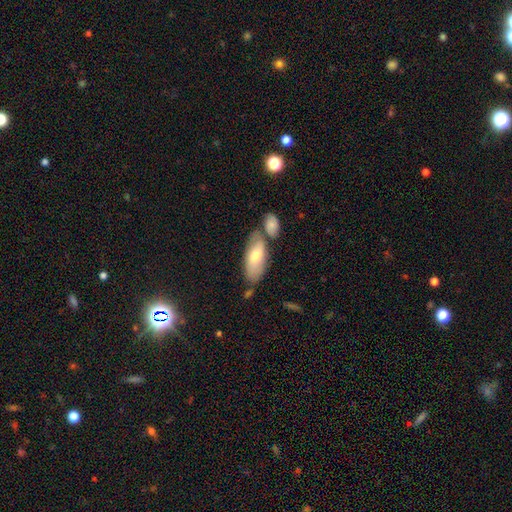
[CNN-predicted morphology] Smooth or featured? Predicted: smooth (p=0.66). How rounded? Predicted: in between (p=0.82). Merging? Predicted: none (p=0.57).